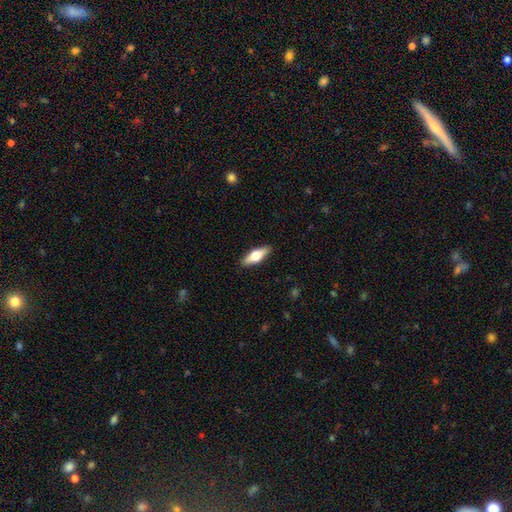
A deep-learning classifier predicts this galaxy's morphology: A smooth galaxy with no disk features (54%) that is in between round and cigar-shaped (58%). Merging: none (89%).